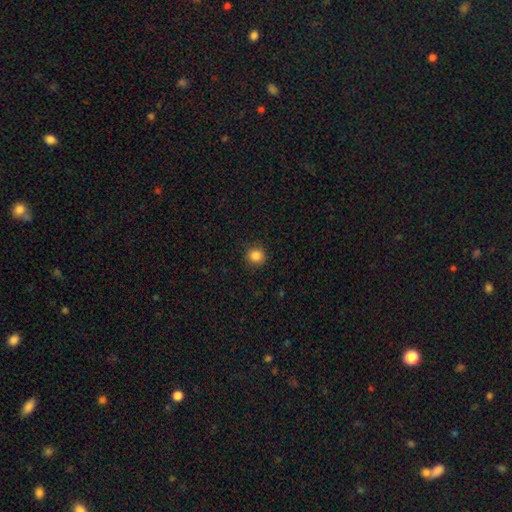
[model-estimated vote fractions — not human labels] Q: Smooth or featured?
A: smooth (85%); runner-up: star or artifact (11%)
Q: How rounded?
A: round (91%); runner-up: in between (8%)
Q: Merging?
A: none (90%); runner-up: minor disturbance (7%)